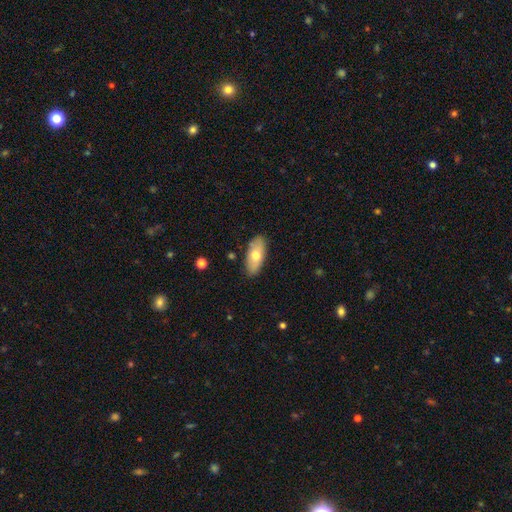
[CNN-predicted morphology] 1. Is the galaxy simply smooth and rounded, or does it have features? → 68% smooth, 26% featured or disk, 6% star or artifact.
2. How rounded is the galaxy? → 87% in between, 11% cigar-shaped, 3% round.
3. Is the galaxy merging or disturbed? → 86% none, 10% minor disturbance, 2% major disturbance, 1% merger.